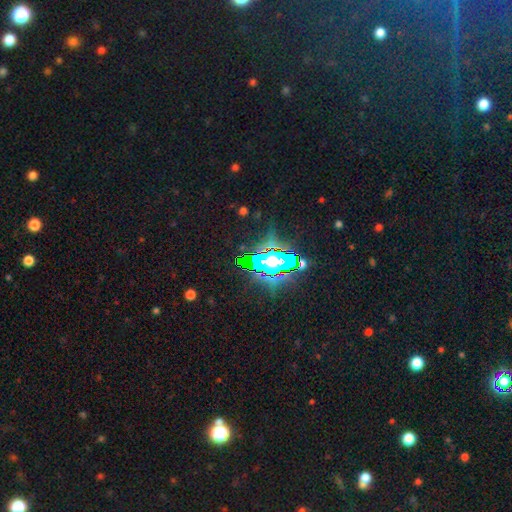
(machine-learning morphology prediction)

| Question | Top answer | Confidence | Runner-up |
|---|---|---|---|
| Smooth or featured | star or artifact | 84% | smooth (9%) |